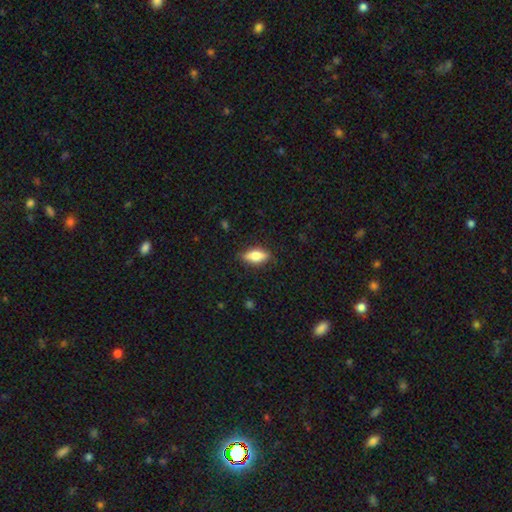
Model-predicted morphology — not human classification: A smooth galaxy with no disk features (72%) that is in between round and cigar-shaped (77%).

Vote fractions:
- Smooth or featured? smooth: 72% / featured or disk: 21% / star or artifact: 7%
- How rounded? in between: 77% / cigar-shaped: 19% / round: 4%
- Merging? none: 85% / minor disturbance: 12% / major disturbance: 3% / merger: 1%